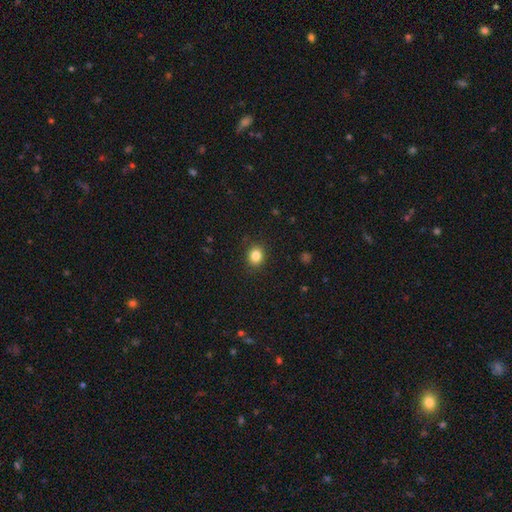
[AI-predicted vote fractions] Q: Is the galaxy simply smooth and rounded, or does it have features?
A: smooth — 84%.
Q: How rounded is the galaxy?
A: round — 62%.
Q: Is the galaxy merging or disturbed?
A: none — 89%.